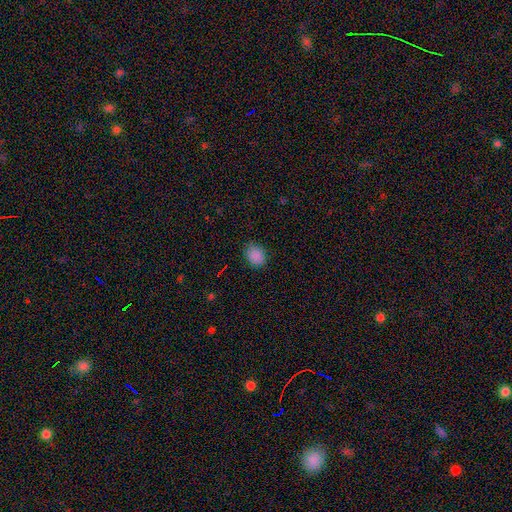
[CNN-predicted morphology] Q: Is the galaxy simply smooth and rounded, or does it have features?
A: smooth — 87%.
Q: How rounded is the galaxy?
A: in between — 51%.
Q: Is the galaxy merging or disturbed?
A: none — 84%.